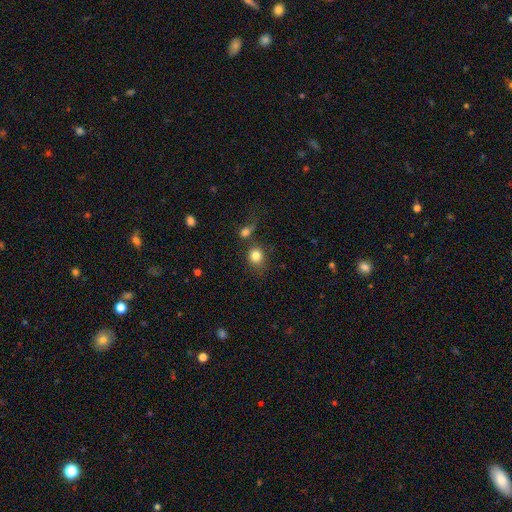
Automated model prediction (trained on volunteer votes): Smooth or featured? Predicted: smooth (p=0.82). How rounded? Predicted: round (p=0.81). Merging? Predicted: none (p=0.60).